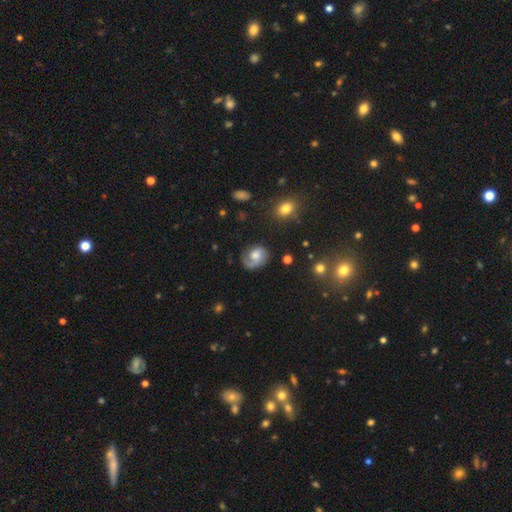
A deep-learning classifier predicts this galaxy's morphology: This is possibly a featured or disk galaxy (60%). It is clearly not viewed edge-on (97%). Bar: likely no (72%). Spiral arm pattern: clearly yes (88%). Spiral arm count: likely 1 (63%). Spiral winding: marginally tight (41%). Central bulge: possibly moderate (47%). Merging: possibly none (60%).